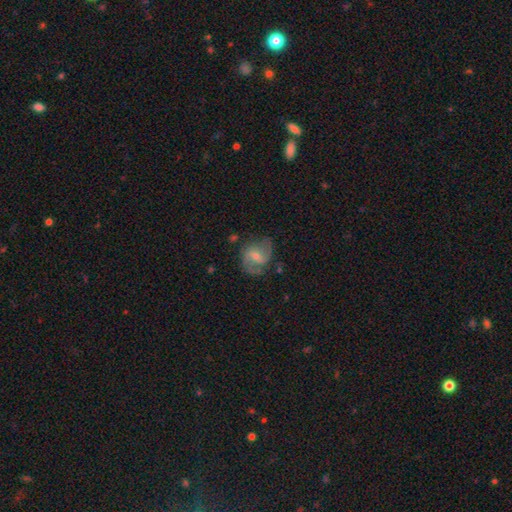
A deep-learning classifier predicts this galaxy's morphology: A featured or disk galaxy (79%) with a weak bar (53%), 2 (84%) medium (52%) spiral arms (93%) and a small central bulge (55%). Merging: none (67%).